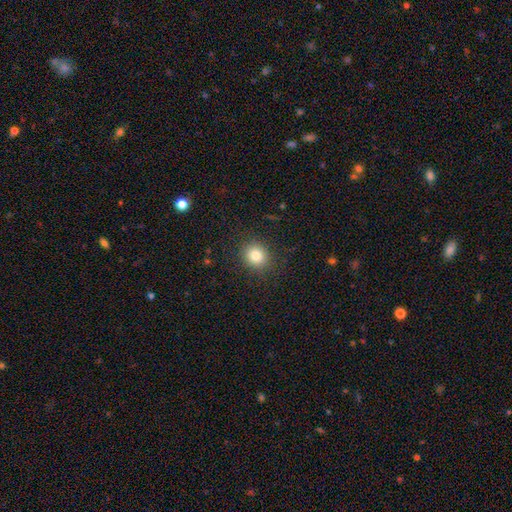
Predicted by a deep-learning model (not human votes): A smooth galaxy with no disk features (82%) that is round (81%). Merging: none (88%).